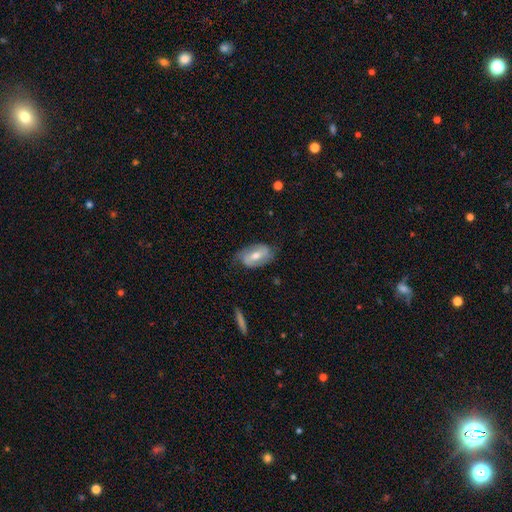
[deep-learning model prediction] Morphology: type=featured or disk (55%); edge-on=no (92%); bar=strong (39%); spiral arms=yes (71%); bulge=moderate (66%); merging=none (66%).